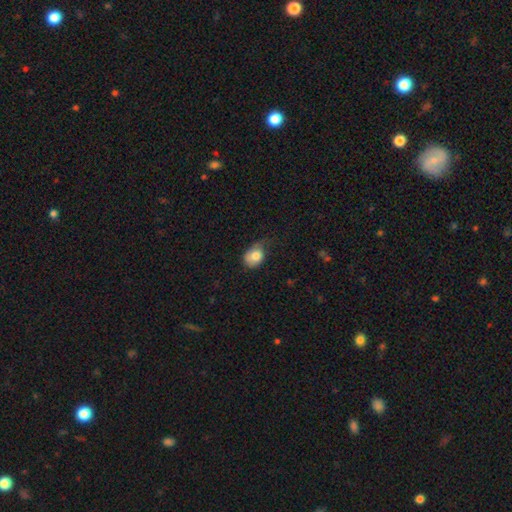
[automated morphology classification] Smooth or featured: smooth — 79% (featured or disk — 13%)
How rounded: in between — 62% (round — 37%)
Merging: minor disturbance — 43% (none — 34%)